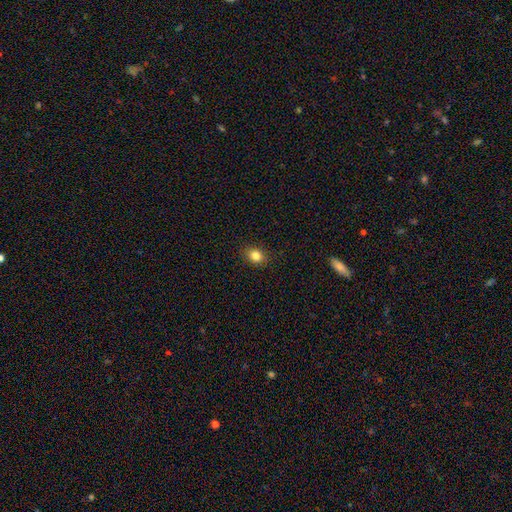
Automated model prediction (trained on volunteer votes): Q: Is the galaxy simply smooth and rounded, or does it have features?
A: smooth — 83%.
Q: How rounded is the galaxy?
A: round — 54%.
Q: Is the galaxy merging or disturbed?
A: none — 89%.